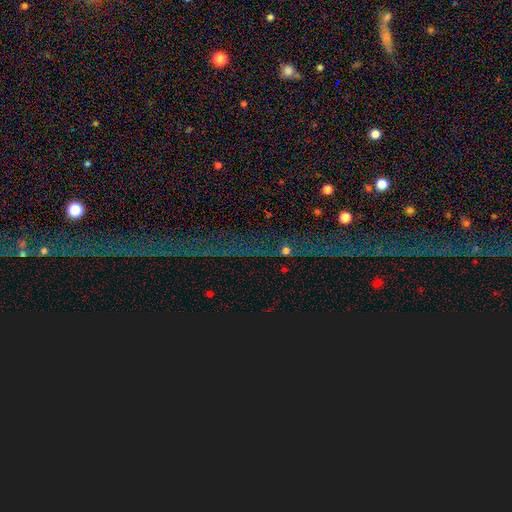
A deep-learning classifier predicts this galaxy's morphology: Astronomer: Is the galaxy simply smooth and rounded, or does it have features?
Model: star or artifact — 87%.